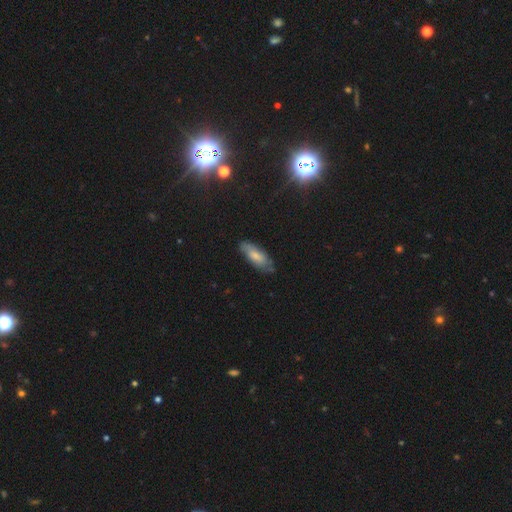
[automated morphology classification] The model was most divided on "smooth or featured": smooth: 69%, featured or disk: 25%, star or artifact: 7%. More confident: merging — none (74%); how rounded — in between (71%).